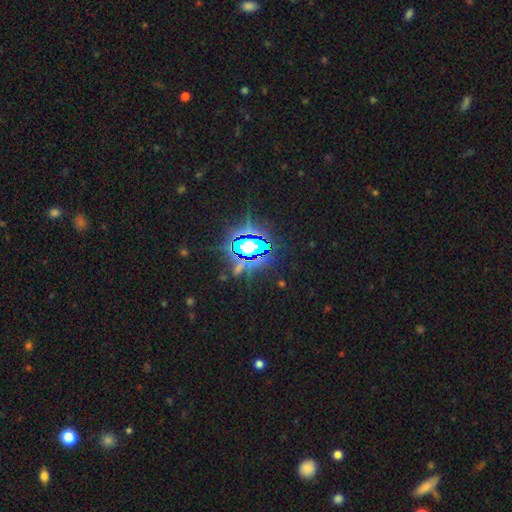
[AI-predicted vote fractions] Overall: star or artifact (81%).